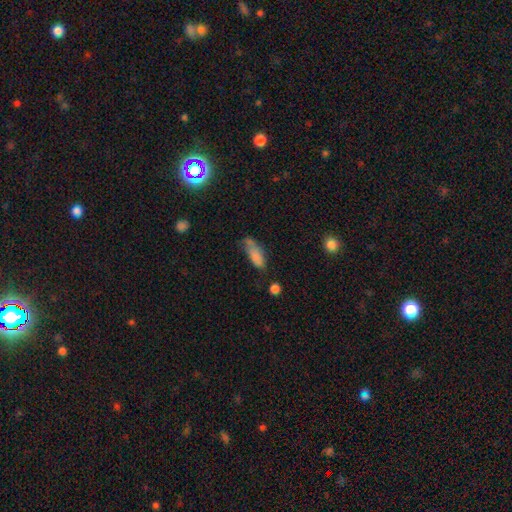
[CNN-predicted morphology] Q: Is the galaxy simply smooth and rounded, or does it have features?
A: smooth — 77%.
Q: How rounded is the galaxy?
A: in between — 78%.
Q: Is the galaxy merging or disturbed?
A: none — 36%.